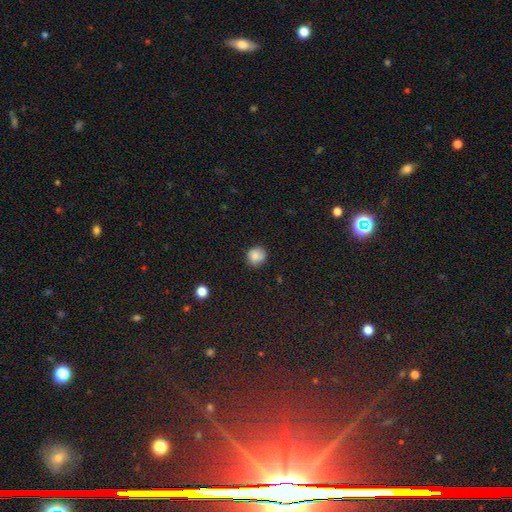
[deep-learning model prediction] This appears to be a smooth galaxy with no disk features (79%) that is round (86%). Merging: none (78%).